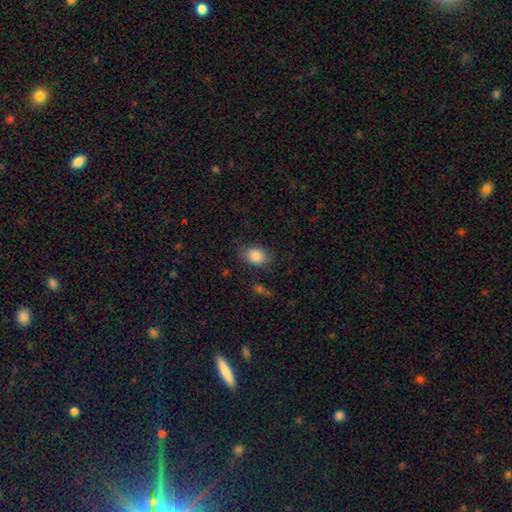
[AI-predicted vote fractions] smooth_or_featured: smooth (p=0.86) [alt: star or artifact p=0.08]
how_rounded: in between (p=0.74) [alt: round p=0.25]
merging: none (p=0.78) [alt: minor disturbance p=0.16]